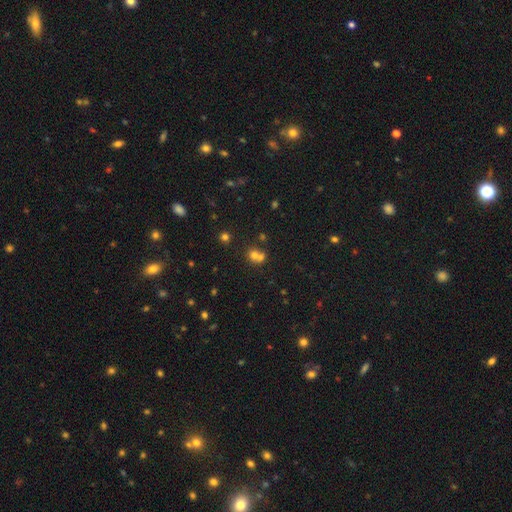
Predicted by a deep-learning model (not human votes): Morphology: type=smooth (66%); roundness=round (75%); merging=merger (55%).